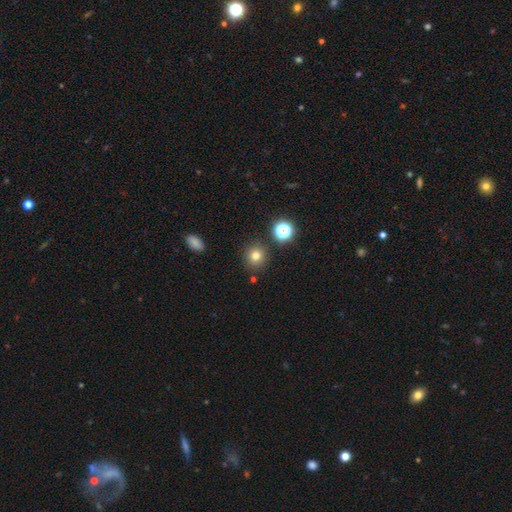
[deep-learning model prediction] Smooth or featured?
  - smooth: 76% *
  - star or artifact: 16%
  - featured or disk: 8%
How rounded?
  - round: 91% *
  - in between: 8%
  - cigar-shaped: 1%
Merging?
  - none: 86% *
  - minor disturbance: 7%
  - merger: 4%
  - major disturbance: 3%